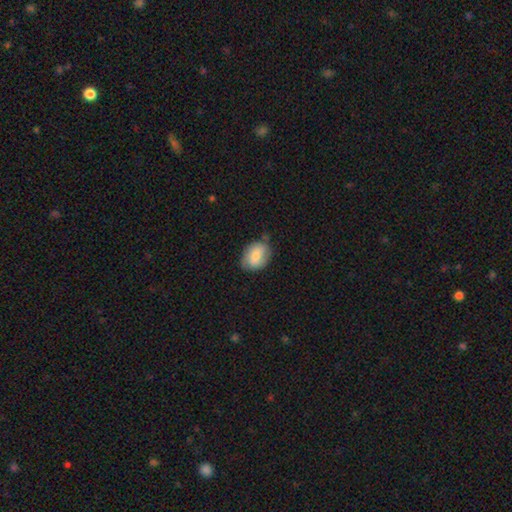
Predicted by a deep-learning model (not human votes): smooth 72%, featured or disk 21%, star or artifact 7%. Down the decision tree: how rounded — in between (69%); merging — none (68%).